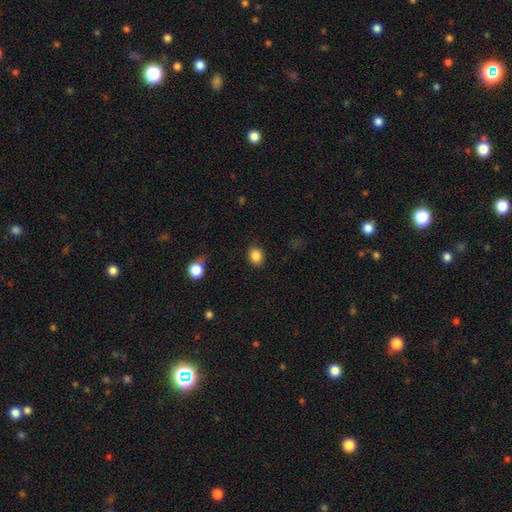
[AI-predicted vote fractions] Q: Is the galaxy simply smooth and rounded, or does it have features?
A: smooth — 86%.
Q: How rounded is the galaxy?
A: round — 60%.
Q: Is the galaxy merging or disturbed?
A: none — 86%.